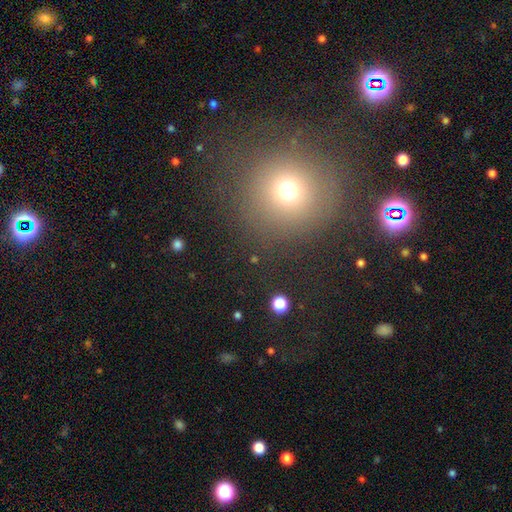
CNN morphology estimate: Smooth or featured?
  - smooth: 54% *
  - star or artifact: 36%
  - featured or disk: 10%
How rounded?
  - round: 92% *
  - in between: 7%
  - cigar-shaped: 1%
Merging?
  - none: 82% *
  - minor disturbance: 9%
  - major disturbance: 5%
  - merger: 3%